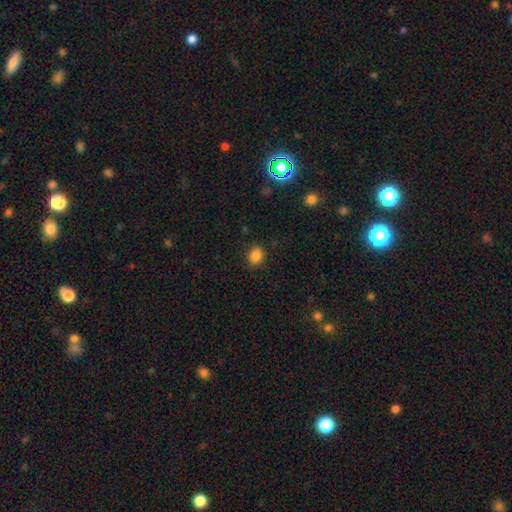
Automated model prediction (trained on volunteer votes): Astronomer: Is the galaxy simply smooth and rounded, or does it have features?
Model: smooth — 84%.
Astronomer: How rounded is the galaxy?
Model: round — 66%.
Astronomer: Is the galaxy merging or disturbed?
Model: none — 86%.